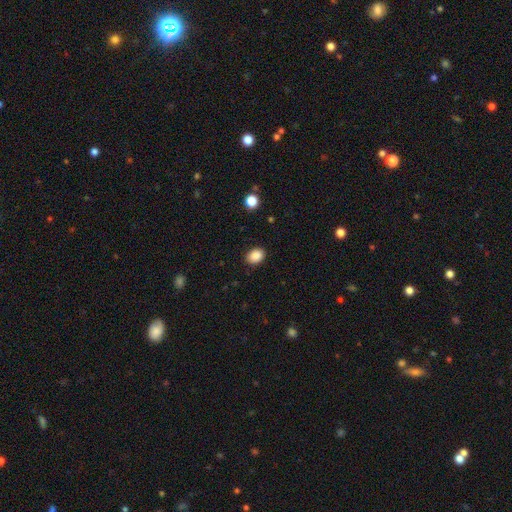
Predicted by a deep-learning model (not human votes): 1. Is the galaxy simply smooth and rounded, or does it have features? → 88% smooth, 9% star or artifact, 3% featured or disk.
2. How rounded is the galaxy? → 64% in between, 35% round, 1% cigar-shaped.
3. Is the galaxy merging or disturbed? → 89% none, 8% minor disturbance, 2% major disturbance, 1% merger.